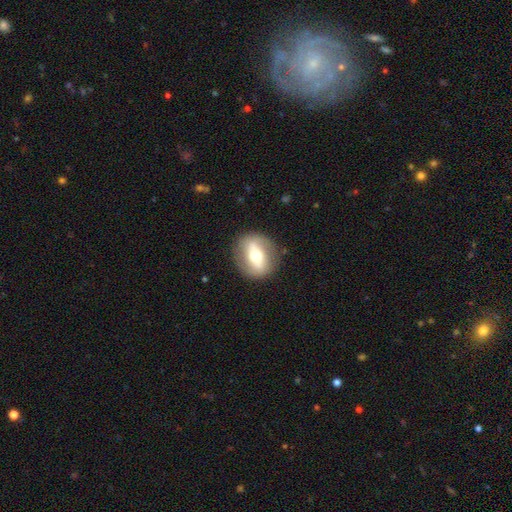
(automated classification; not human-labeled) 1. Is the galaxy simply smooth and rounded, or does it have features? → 58% featured or disk, 36% smooth, 7% star or artifact.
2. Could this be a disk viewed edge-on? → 79% no, 21% yes.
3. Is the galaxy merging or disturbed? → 85% none, 10% minor disturbance, 4% major disturbance, 1% merger.